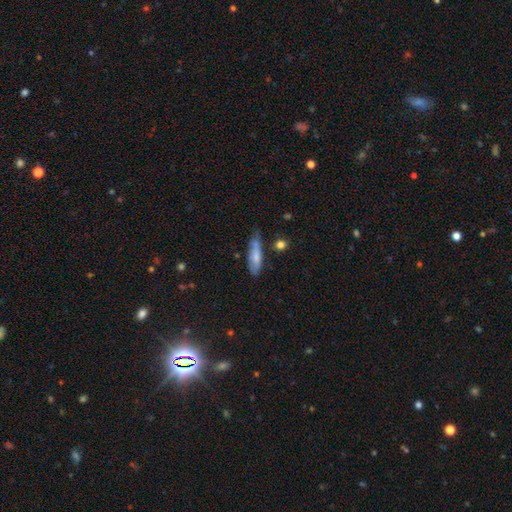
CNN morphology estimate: Smooth or featured? smooth (71%)
How rounded? cigar-shaped (59%)
Merging? none (54%)